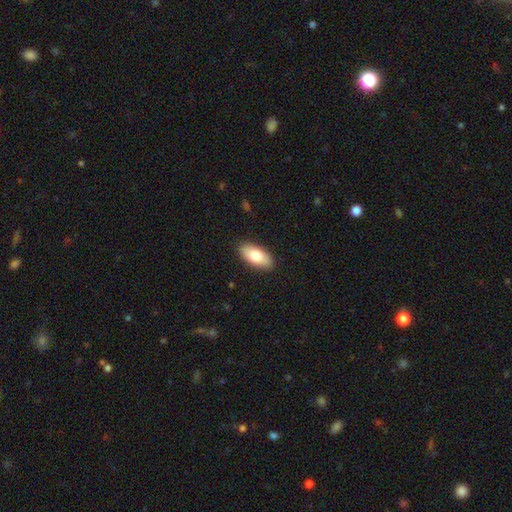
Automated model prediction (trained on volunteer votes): This appears to be a smooth galaxy with no disk features (79%) that is in between round and cigar-shaped (90%). Merging: none (89%).